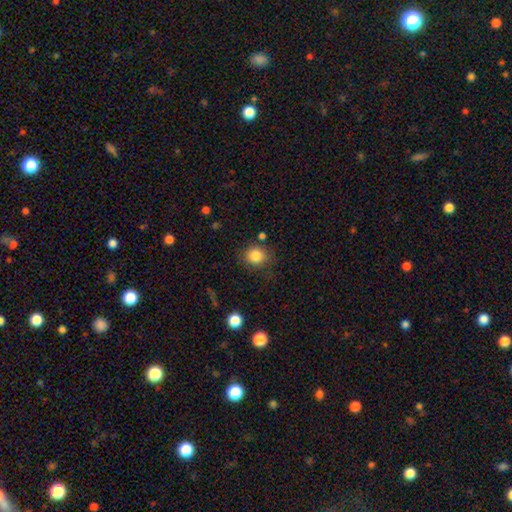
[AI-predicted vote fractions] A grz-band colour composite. It shows a smooth galaxy with no disk features (84%) that is round (81%). Merging: none (79%).